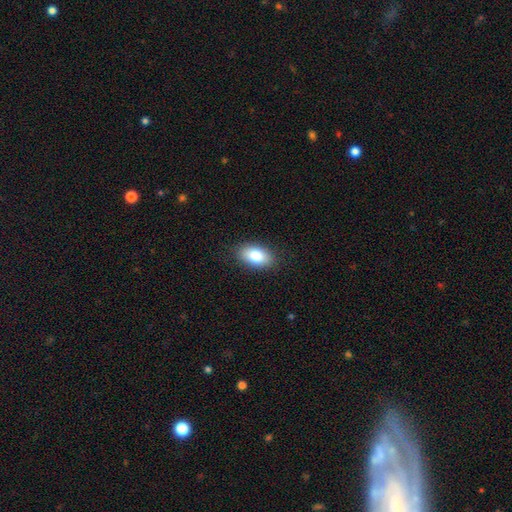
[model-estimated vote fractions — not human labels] A smooth galaxy with no disk features (84%) that is in between round and cigar-shaped (92%). Merging: none (87%).